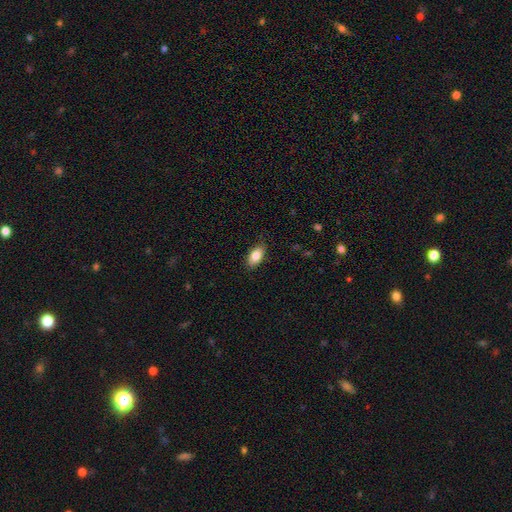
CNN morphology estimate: smooth-or-featured: smooth: 84% | featured or disk: 9% | star or artifact: 7%
  how-rounded: in between: 91% | cigar-shaped: 5% | round: 4%
  merging: none: 86% | minor disturbance: 11% | major disturbance: 2% | merger: 1%